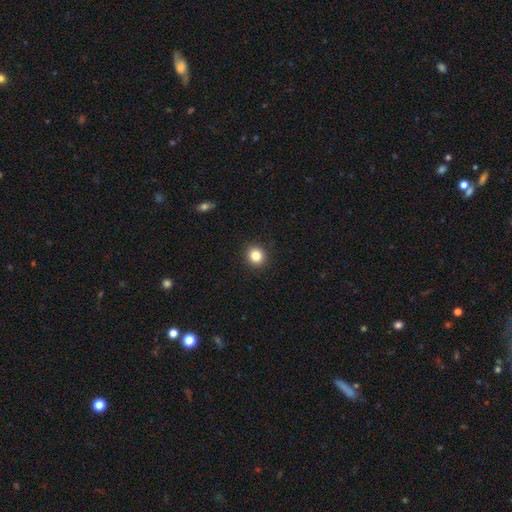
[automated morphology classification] Smooth or featured?
  - smooth: 84% *
  - star or artifact: 11%
  - featured or disk: 5%
How rounded?
  - round: 89% *
  - in between: 10%
  - cigar-shaped: 1%
Merging?
  - none: 92% *
  - minor disturbance: 5%
  - major disturbance: 2%
  - merger: 1%